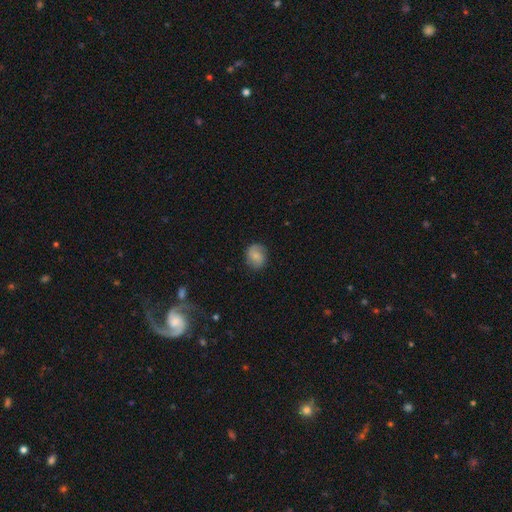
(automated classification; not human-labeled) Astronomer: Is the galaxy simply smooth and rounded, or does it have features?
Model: smooth — 73%.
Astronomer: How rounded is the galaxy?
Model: round — 69%.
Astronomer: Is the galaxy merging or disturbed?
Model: none — 82%.